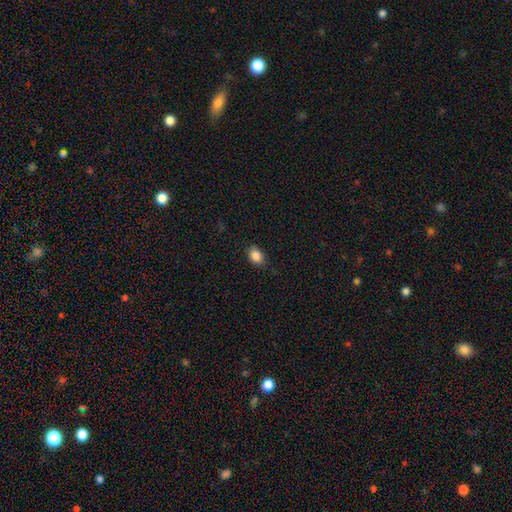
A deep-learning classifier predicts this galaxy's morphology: type=smooth (88%); roundness=in between (74%); merging=none (83%).